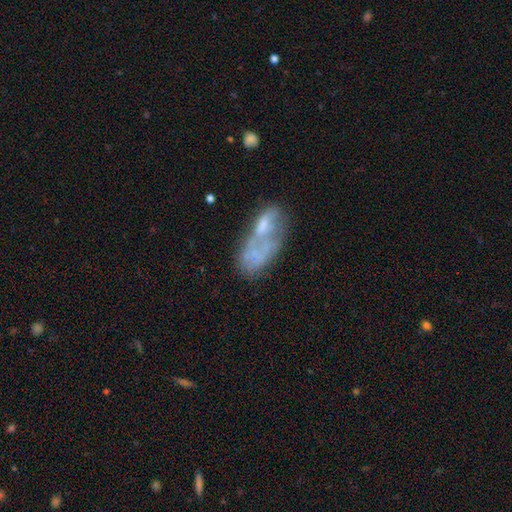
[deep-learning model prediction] Smooth or featured?
  - smooth: 46% *
  - featured or disk: 45%
  - star or artifact: 10%
Merging?
  - merger: 34% *
  - none: 25%
  - major disturbance: 24%
  - minor disturbance: 17%